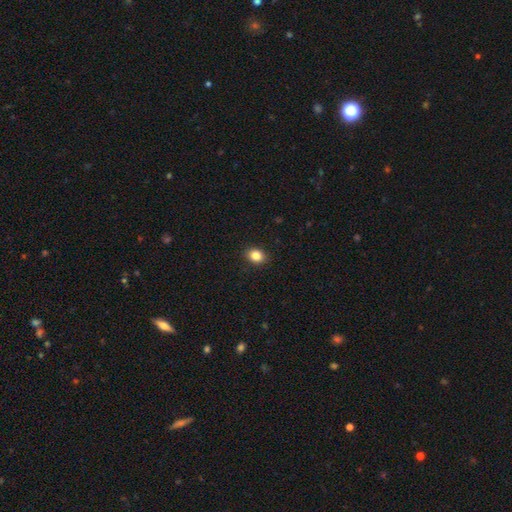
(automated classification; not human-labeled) This is clearly a smooth galaxy (85%). How rounded: possibly in between (52%). Merging: clearly none (90%).